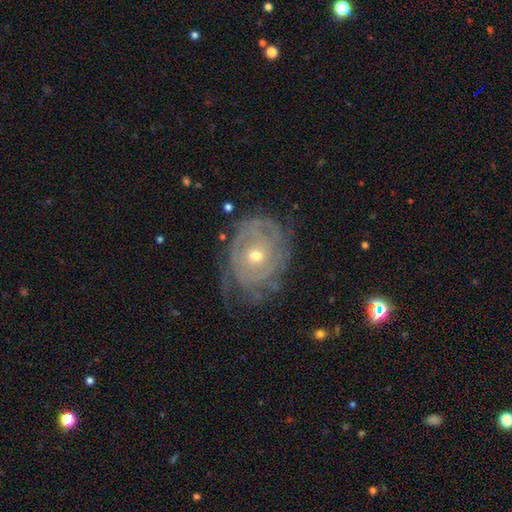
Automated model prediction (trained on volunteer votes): Smooth or featured? featured or disk (83%)
Edge-on disk? no (96%)
Bar? no (79%)
Spiral arms? yes (89%)
Spiral winding? tight (79%)
Spiral arm count? can't tell (47%)
Bulge size? moderate (49%)
Merging? none (68%)